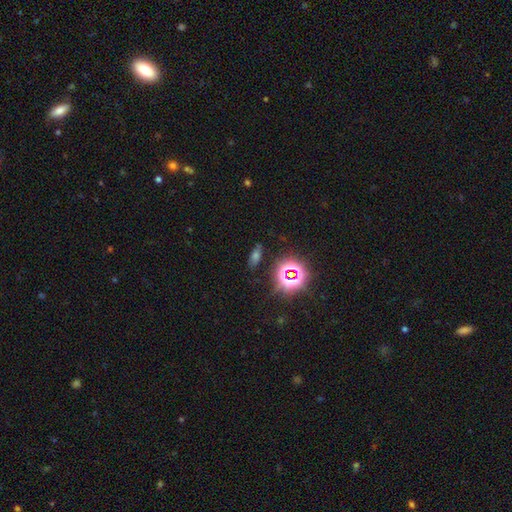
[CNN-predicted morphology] A star or artifact, not a galaxy (46%).

Vote fractions:
- Smooth or featured? star or artifact: 46% / smooth: 37% / featured or disk: 16%